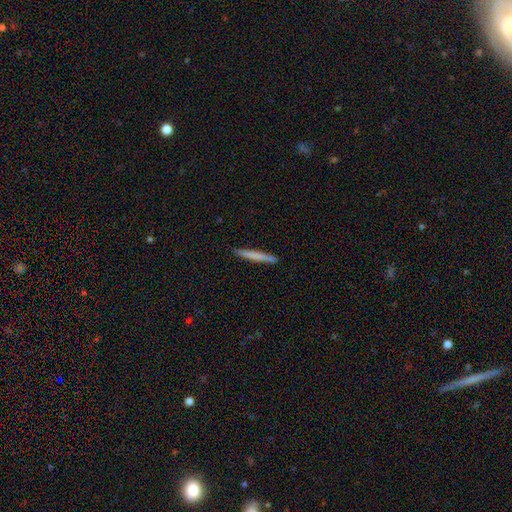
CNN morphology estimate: A smooth galaxy with no disk features (68%) that is cigar-shaped (97%).

Vote fractions:
- Smooth or featured? smooth: 68% / featured or disk: 27% / star or artifact: 5%
- How rounded? cigar-shaped: 97% / in between: 2% / round: 1%
- Merging? none: 90% / minor disturbance: 7% / major disturbance: 1% / merger: 1%